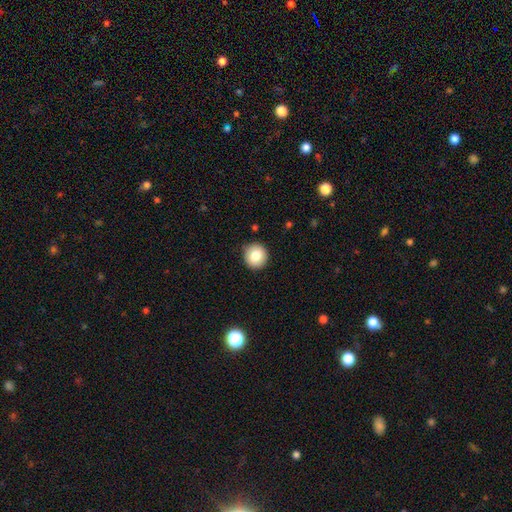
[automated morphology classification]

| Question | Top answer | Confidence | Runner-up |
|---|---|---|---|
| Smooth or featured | smooth | 82% | featured or disk (9%) |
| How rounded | round | 93% | in between (6%) |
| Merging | none | 90% | minor disturbance (7%) |